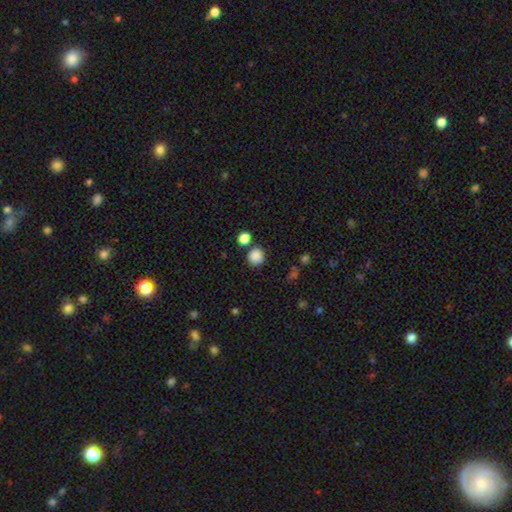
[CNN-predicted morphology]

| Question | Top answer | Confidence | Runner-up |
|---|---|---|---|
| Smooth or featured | smooth | 86% | star or artifact (10%) |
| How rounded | round | 89% | in between (10%) |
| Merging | none | 78% | merger (9%) |